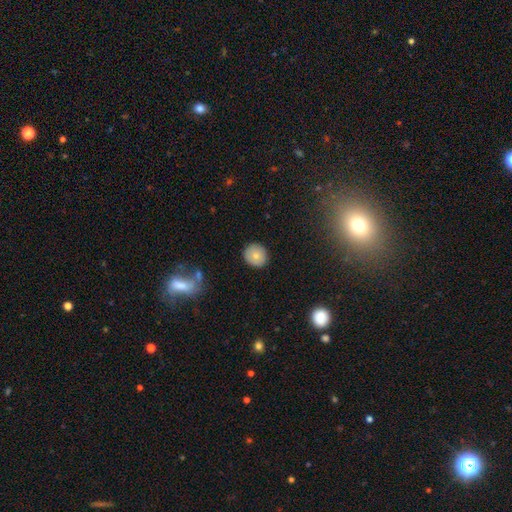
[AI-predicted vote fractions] Q: Smooth or featured?
A: smooth (77%); runner-up: featured or disk (14%)
Q: How rounded?
A: round (86%); runner-up: in between (13%)
Q: Merging?
A: none (88%); runner-up: minor disturbance (9%)